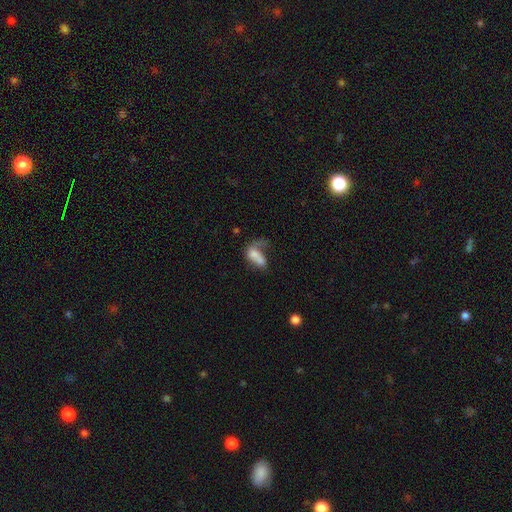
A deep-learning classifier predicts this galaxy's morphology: Smooth or featured? smooth (59%)
How rounded? in between (80%)
Merging? merger (41%)